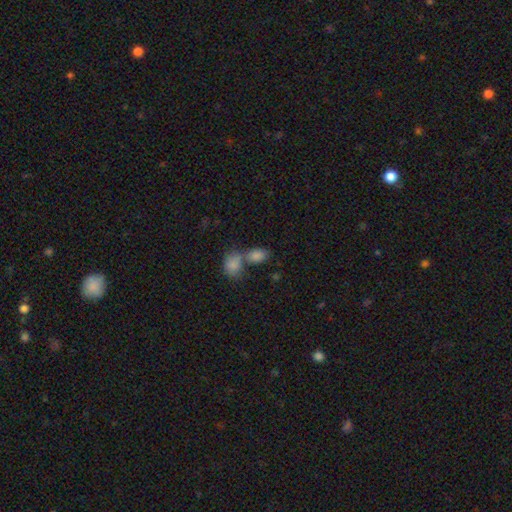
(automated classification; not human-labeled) Smooth or featured?
  - smooth: 82% *
  - star or artifact: 11%
  - featured or disk: 7%
How rounded?
  - in between: 78% *
  - round: 20%
  - cigar-shaped: 2%
Merging?
  - merger: 51% *
  - none: 37%
  - minor disturbance: 8%
  - major disturbance: 4%